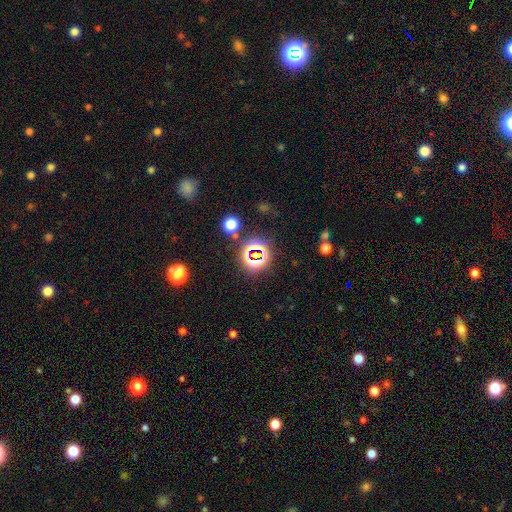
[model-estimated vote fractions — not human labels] Smooth or featured: star or artifact — 69% (smooth — 21%)